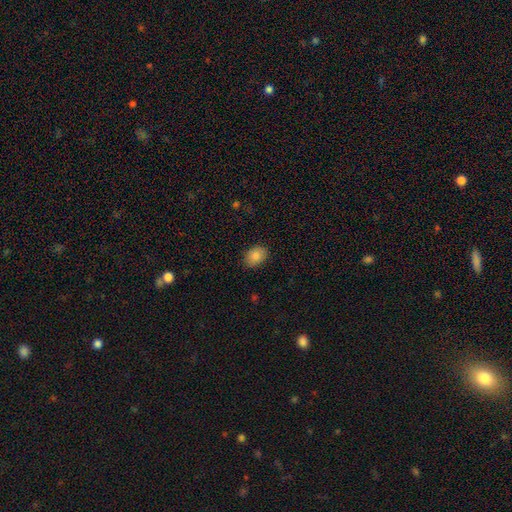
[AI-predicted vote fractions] A smooth galaxy with no disk features (85%) that is in between round and cigar-shaped (70%). Merging: none (86%).